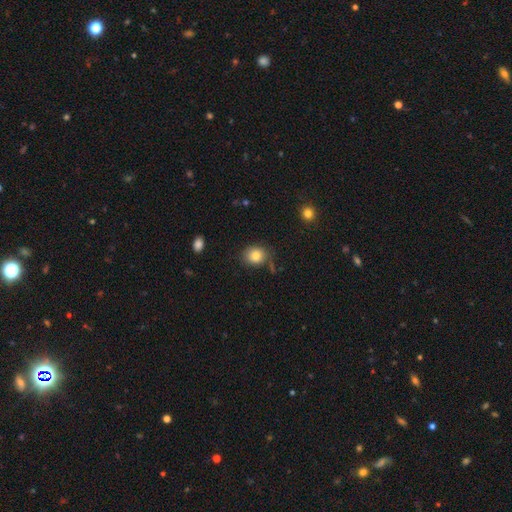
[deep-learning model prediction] A smooth galaxy with no disk features (82%) that is round (63%).

Vote fractions:
- Smooth or featured? smooth: 82% / star or artifact: 10% / featured or disk: 8%
- How rounded? round: 63% / in between: 36% / cigar-shaped: 1%
- Merging? none: 74% / minor disturbance: 17% / major disturbance: 5% / merger: 4%